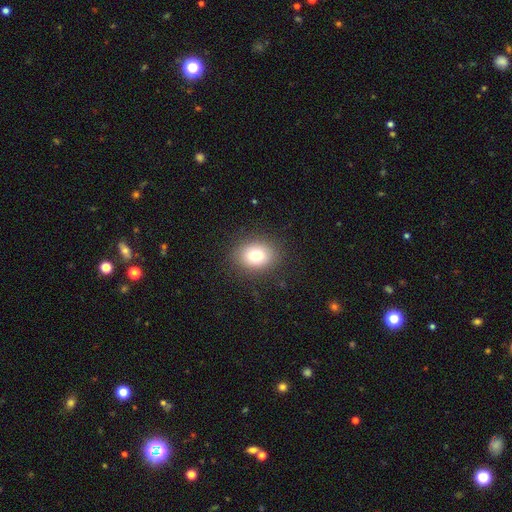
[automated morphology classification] A smooth galaxy with no disk features (78%) that is in between round and cigar-shaped (57%). Merging: none (87%).